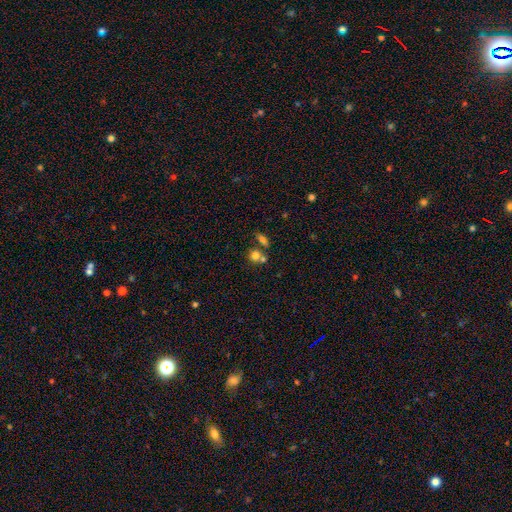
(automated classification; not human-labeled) Smooth or featured?
  - smooth: 76% *
  - star or artifact: 13%
  - featured or disk: 11%
How rounded?
  - round: 73% *
  - in between: 25%
  - cigar-shaped: 2%
Merging?
  - none: 50% *
  - merger: 36%
  - minor disturbance: 9%
  - major disturbance: 4%